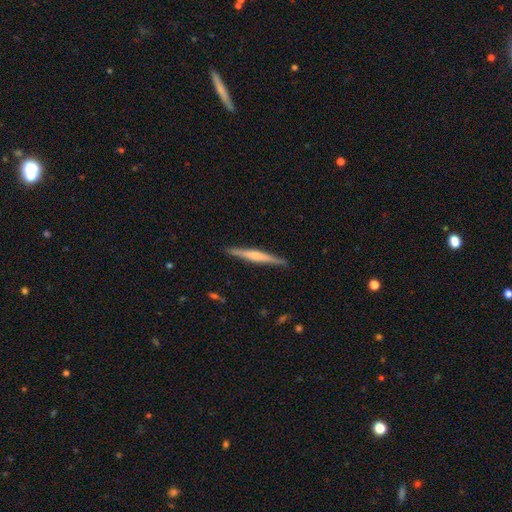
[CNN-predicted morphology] This appears to be a featured or disk galaxy (59%) viewed edge-on (98%) with a rounded central bulge (44%). Merging: none (90%).